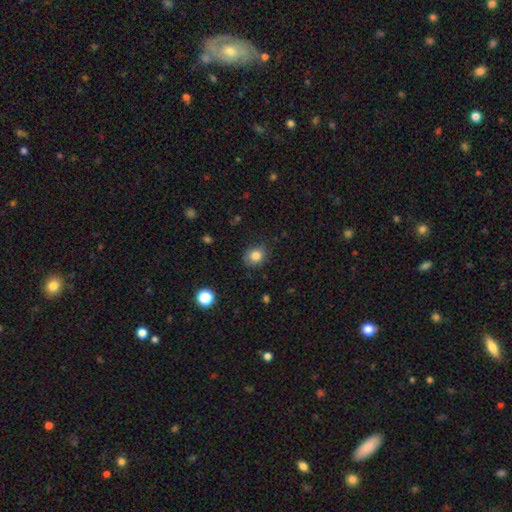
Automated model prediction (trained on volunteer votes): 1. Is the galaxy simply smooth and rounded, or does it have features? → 82% smooth, 11% star or artifact, 7% featured or disk.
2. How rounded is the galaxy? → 70% round, 29% in between, 1% cigar-shaped.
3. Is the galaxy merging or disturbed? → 78% none, 17% minor disturbance, 4% major disturbance, 1% merger.